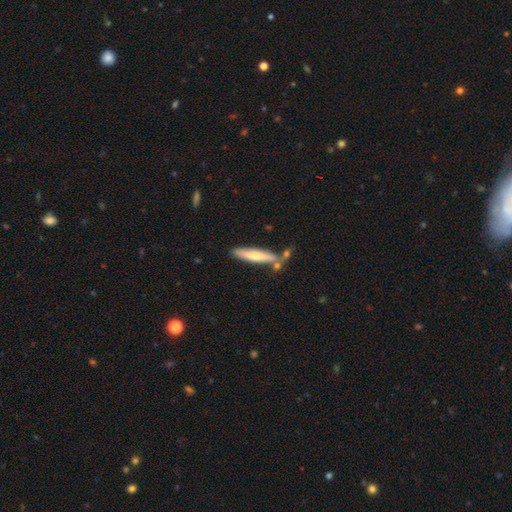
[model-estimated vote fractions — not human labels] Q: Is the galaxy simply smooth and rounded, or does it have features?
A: smooth — 58%.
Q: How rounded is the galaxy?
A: cigar-shaped — 89%.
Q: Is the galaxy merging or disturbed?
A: none — 66%.